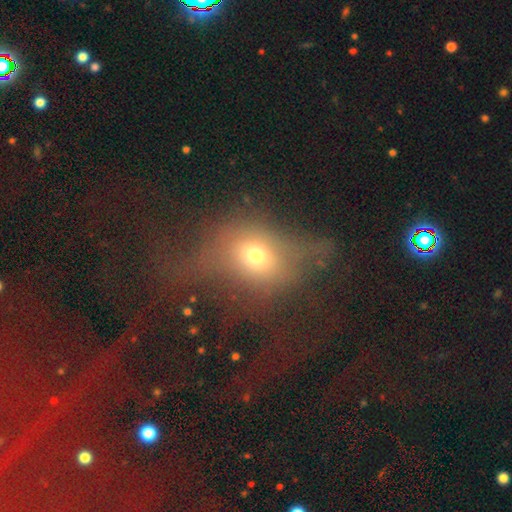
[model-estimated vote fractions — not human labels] Morphology: type=smooth (59%); roundness=in between (51%); merging=major disturbance (45%).